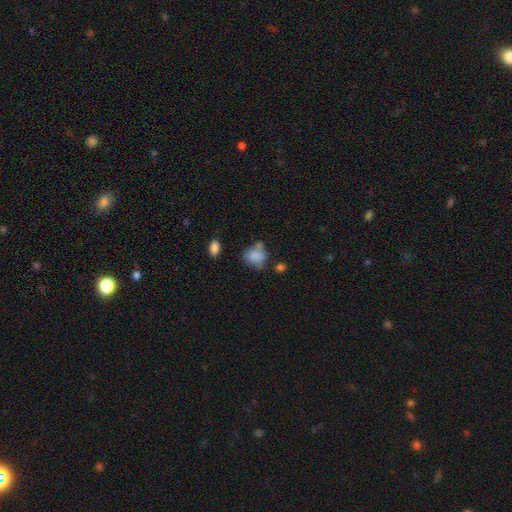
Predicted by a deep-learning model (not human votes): The model was most divided on "how rounded": round: 50%, in between: 48%, cigar-shaped: 1%. Remaining: smooth or featured — smooth (78%); merging — none (43%).